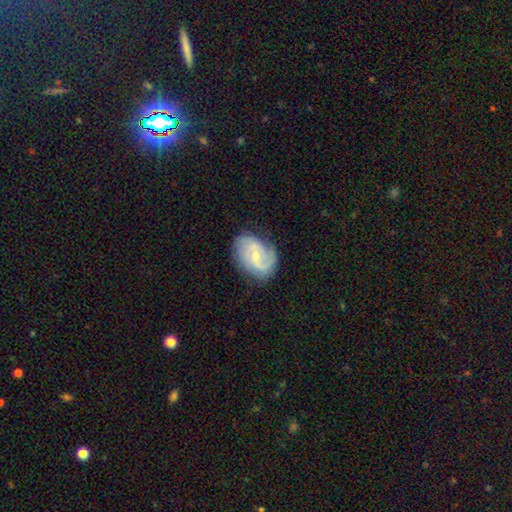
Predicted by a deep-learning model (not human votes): Smooth or featured: featured or disk — 77% (smooth — 17%)
Edge-on disk: no — 97% (yes — 3%)
Bar: weak — 49% (no — 39%)
Spiral arms: yes — 92% (no — 8%)
Spiral winding: medium — 45% (loose — 29%)
Spiral arm count: 2 — 62% (can't tell — 17%)
Bulge size: small — 65% (moderate — 31%)
Merging: none — 70% (minor disturbance — 21%)